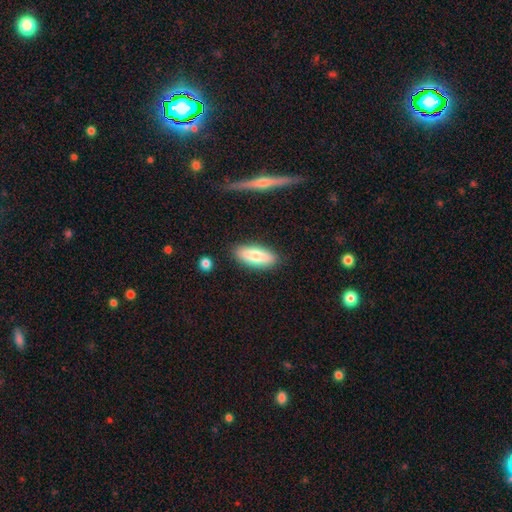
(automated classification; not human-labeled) A smooth galaxy with no disk features (75%) that is in between round and cigar-shaped (67%). Merging: none (85%).